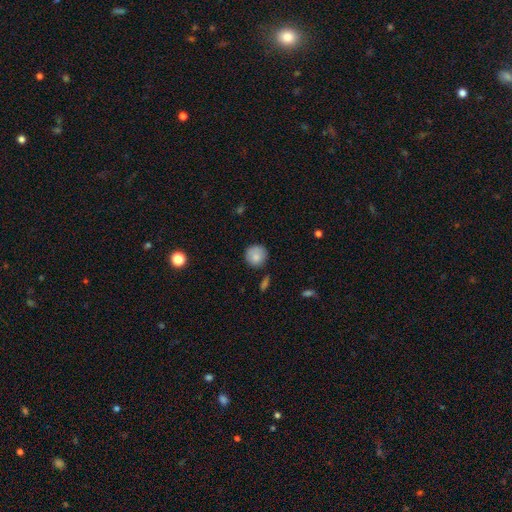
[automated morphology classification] smooth 83%, featured or disk 9%, star or artifact 8%. Down the decision tree: how rounded — round (92%); merging — none (80%).